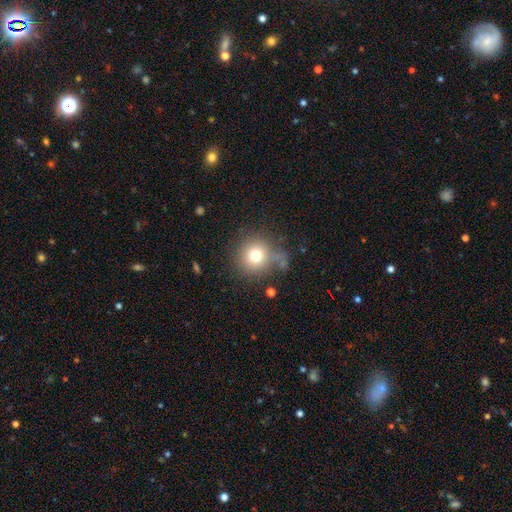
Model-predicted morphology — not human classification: A smooth galaxy with no disk features (74%) that is round (92%). Merging: none (72%).